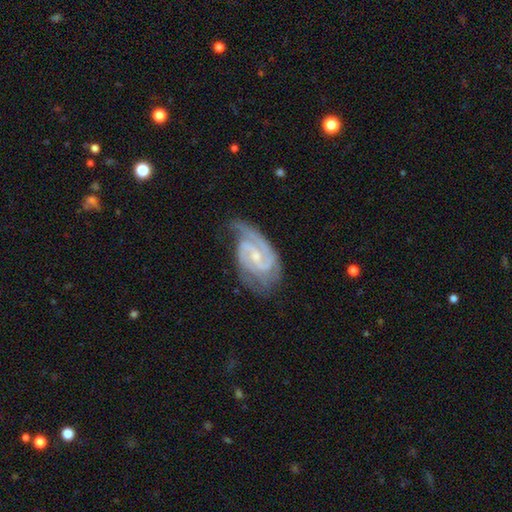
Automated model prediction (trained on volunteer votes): smooth-or-featured: featured or disk: 91% | smooth: 5% | star or artifact: 5%
  disk-edge-on: no: 97% | yes: 3%
    bar: weak: 53% | no: 30% | strong: 18%
    has-spiral-arms: yes: 98% | no: 2%
      spiral-winding: tight: 46% | medium: 45% | loose: 9%
      spiral-arm-count: 2: 80% | 3: 8% | can't tell: 5% | 1: 3% | 4: 2% | more than 4: 2%
    bulge-size: small: 66% | moderate: 26% | none: 6% | large: 1% | dominant: 1%
  merging: none: 64% | minor disturbance: 24% | major disturbance: 10% | merger: 2%